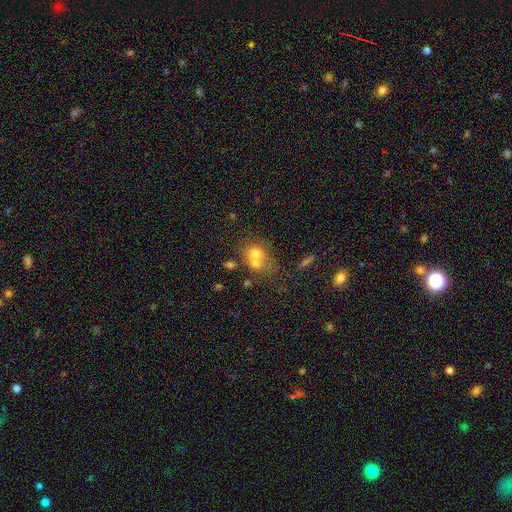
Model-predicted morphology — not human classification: The model was most divided on "how rounded": round: 62%, in between: 36%, cigar-shaped: 1%. More confident: smooth or featured — smooth (64%); merging — merger (62%).